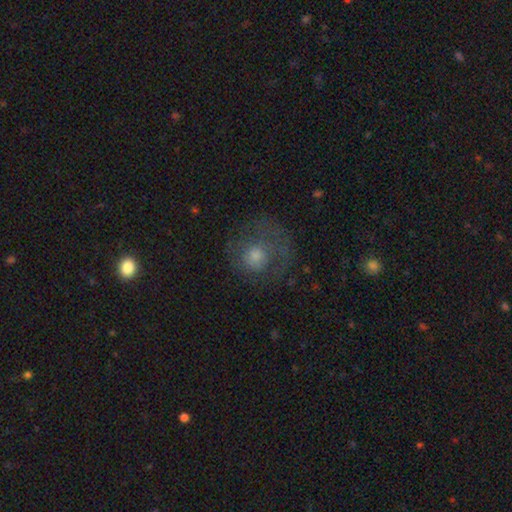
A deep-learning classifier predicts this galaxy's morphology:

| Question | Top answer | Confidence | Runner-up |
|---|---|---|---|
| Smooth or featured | smooth | 57% | featured or disk (32%) |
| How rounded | round | 83% | in between (16%) |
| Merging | none | 52% | major disturbance (28%) |